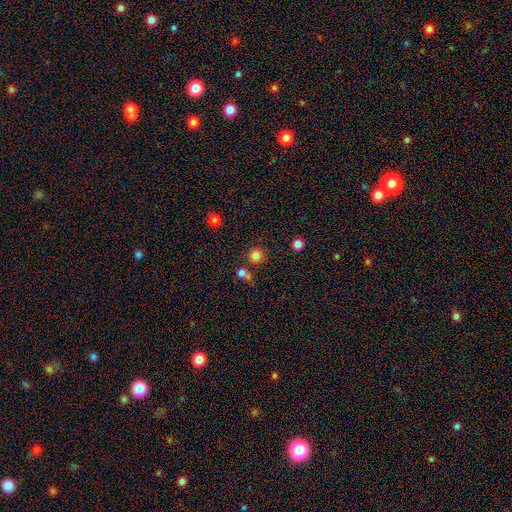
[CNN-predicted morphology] smooth 81%, star or artifact 14%, featured or disk 5%. Down the decision tree: how rounded — round (93%); merging — none (76%).